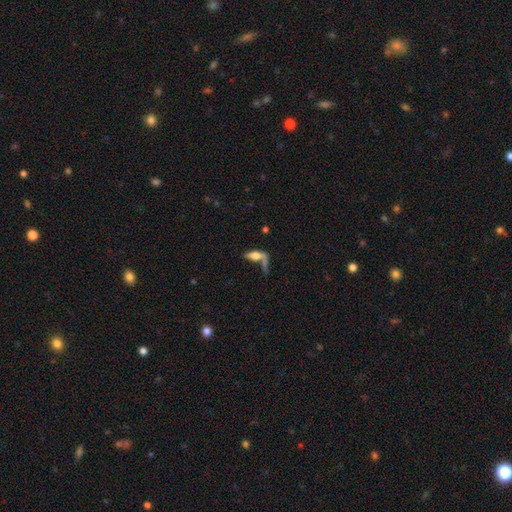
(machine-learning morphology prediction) Overall: smooth (59%; featured or disk 31%). How rounded: in between (55%; cigar-shaped 40%). Merging: none (33%; merger 32%).